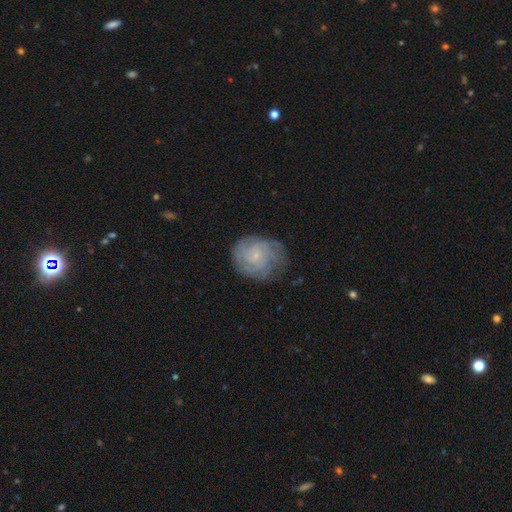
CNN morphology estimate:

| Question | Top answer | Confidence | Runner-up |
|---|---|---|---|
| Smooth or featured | featured or disk | 74% | smooth (18%) |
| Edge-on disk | no | 98% | yes (2%) |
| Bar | no | 71% | weak (26%) |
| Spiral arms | yes | 94% | no (6%) |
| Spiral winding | tight | 69% | medium (25%) |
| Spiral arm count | can't tell | 39% | 4 (19%) |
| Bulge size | small | 80% | moderate (11%) |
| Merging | none | 72% | minor disturbance (19%) |